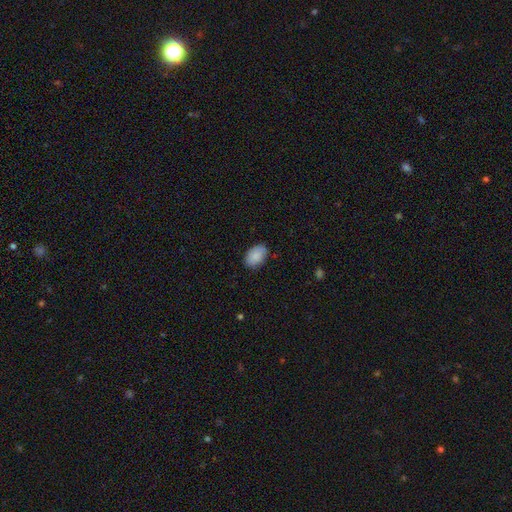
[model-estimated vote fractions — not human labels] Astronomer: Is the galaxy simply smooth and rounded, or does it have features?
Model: smooth — 87%.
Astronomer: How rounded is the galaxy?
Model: in between — 90%.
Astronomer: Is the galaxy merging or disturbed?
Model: none — 81%.